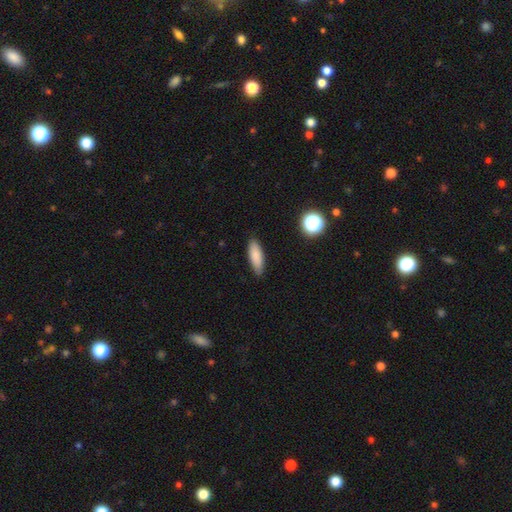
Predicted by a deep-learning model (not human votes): Smooth or featured: smooth — 85% (star or artifact — 7%)
How rounded: in between — 57% (cigar-shaped — 41%)
Merging: none — 86% (minor disturbance — 11%)